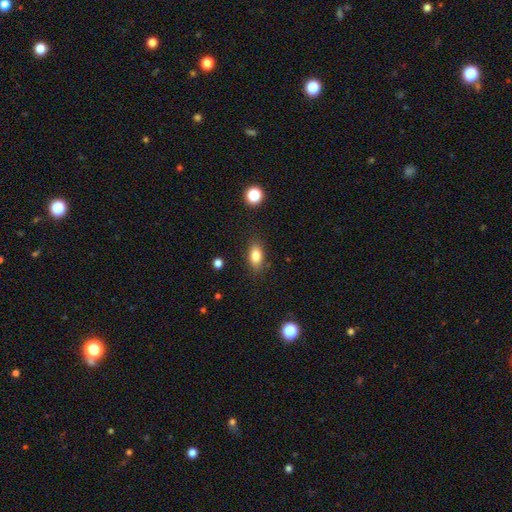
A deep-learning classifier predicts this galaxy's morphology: Overall: smooth (83%). How rounded: in between (85%). Merging: none (83%).